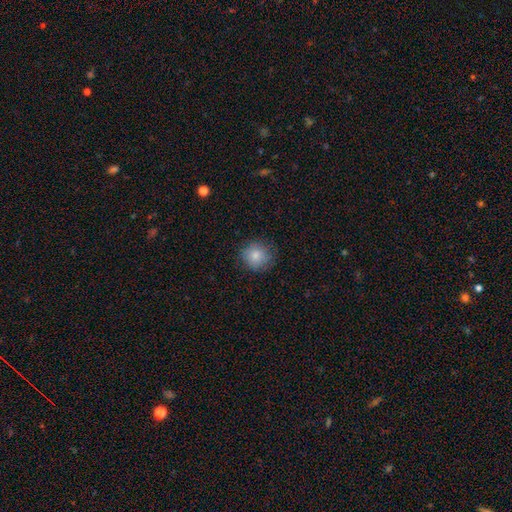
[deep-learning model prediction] This appears to be a smooth galaxy with no disk features (83%) that is round (90%). Merging: none (83%).